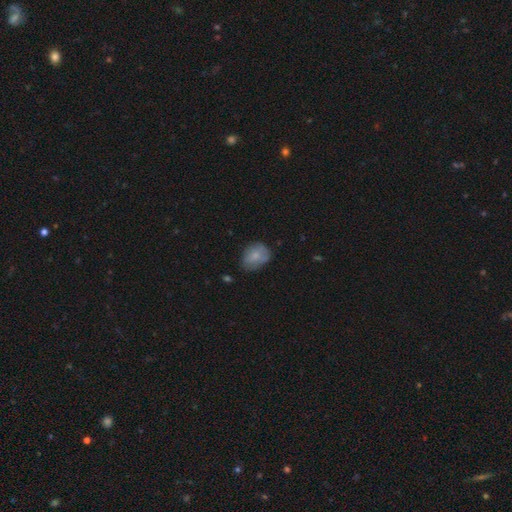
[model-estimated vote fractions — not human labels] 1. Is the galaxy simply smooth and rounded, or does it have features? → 75% smooth, 17% featured or disk, 8% star or artifact.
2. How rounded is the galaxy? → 60% in between, 39% round, 1% cigar-shaped.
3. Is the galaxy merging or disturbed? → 59% none, 30% minor disturbance, 8% major disturbance, 2% merger.